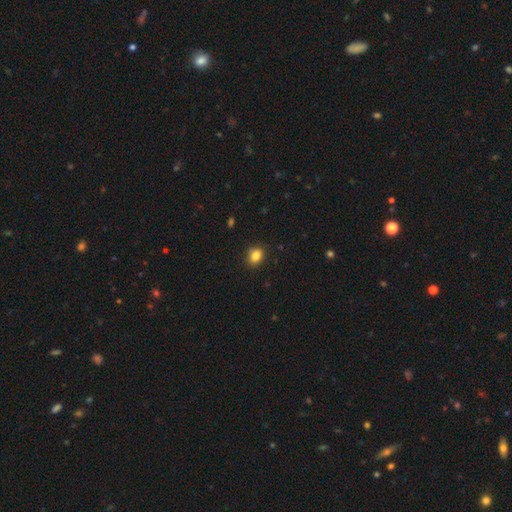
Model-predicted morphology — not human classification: Overall: smooth (85%). How rounded: in between (50%; round 49%). Merging: none (87%).